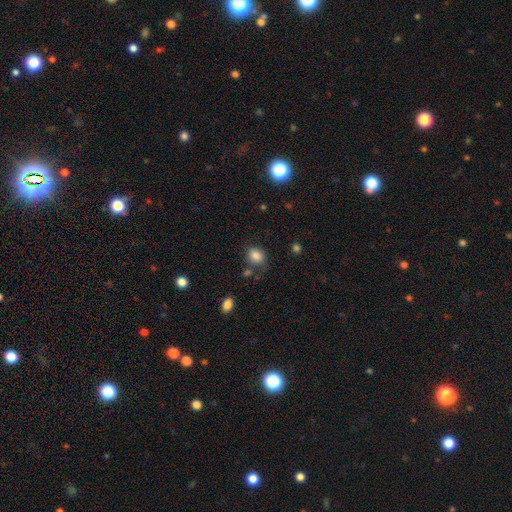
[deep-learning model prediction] Smooth or featured? Predicted: smooth (p=0.84). How rounded? Predicted: round (p=0.50). Merging? Predicted: none (p=0.72).